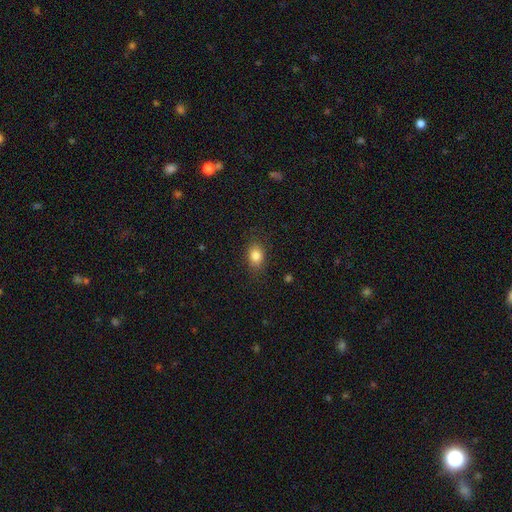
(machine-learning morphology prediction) smooth_or_featured: smooth (p=0.84) [alt: star or artifact p=0.09]
how_rounded: in between (p=0.72) [alt: round p=0.26]
merging: none (p=0.83) [alt: minor disturbance p=0.12]